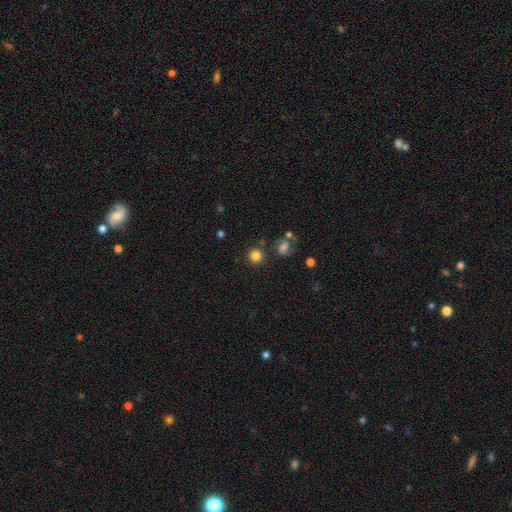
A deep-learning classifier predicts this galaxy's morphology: Smooth or featured: smooth — 81% (star or artifact — 12%)
How rounded: round — 92% (in between — 7%)
Merging: none — 82% (minor disturbance — 8%)